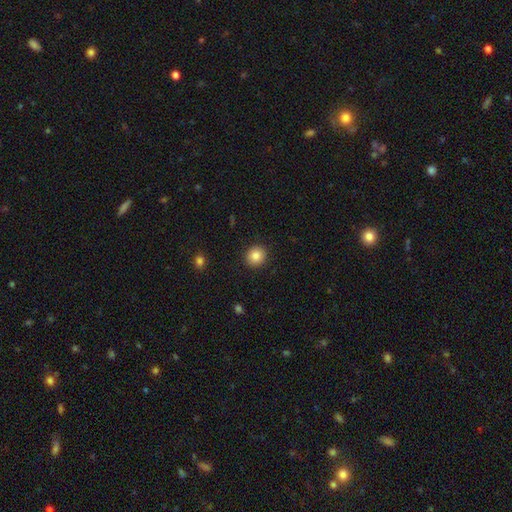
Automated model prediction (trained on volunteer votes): The model was most divided on "smooth or featured": smooth: 85%, star or artifact: 9%, featured or disk: 5%. More confident: merging — none (91%); how rounded — round (88%).